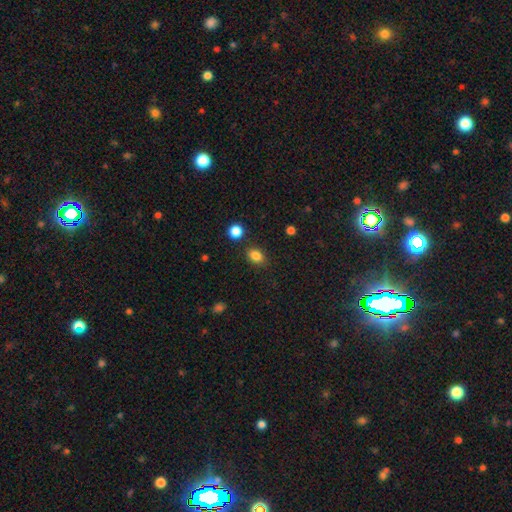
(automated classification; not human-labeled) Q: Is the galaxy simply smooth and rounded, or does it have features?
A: smooth — 84%.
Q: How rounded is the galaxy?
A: in between — 66%.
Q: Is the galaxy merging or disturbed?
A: none — 82%.